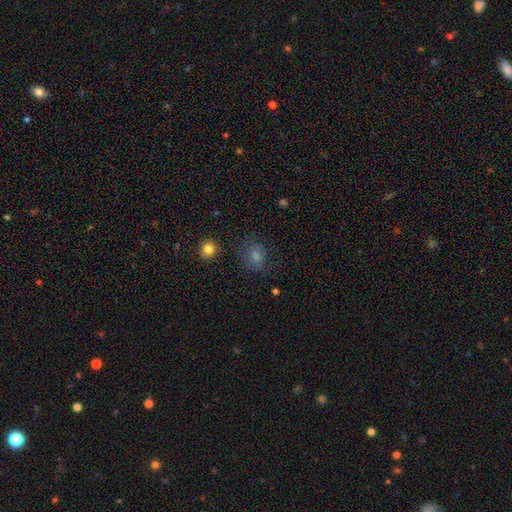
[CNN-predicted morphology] Overall: smooth (60%; star or artifact 26%). How rounded: round (57%; in between 42%). Merging: none (74%).